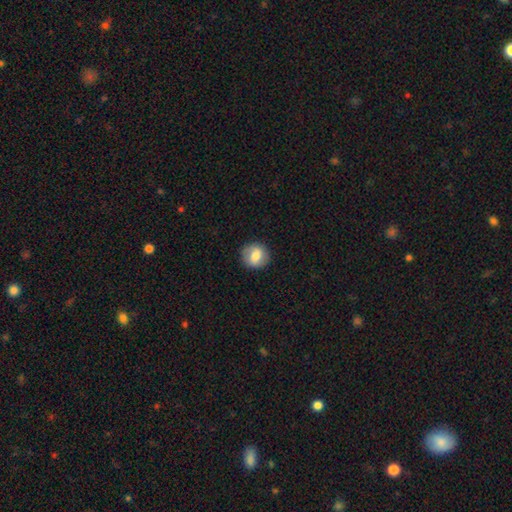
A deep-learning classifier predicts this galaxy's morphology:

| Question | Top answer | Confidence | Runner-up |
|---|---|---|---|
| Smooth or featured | smooth | 71% | featured or disk (21%) |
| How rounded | round | 83% | in between (16%) |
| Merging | none | 87% | minor disturbance (9%) |